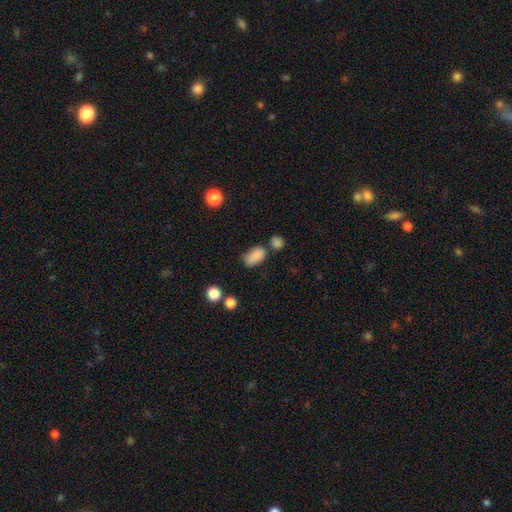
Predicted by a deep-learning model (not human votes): A smooth galaxy with no disk features (86%) that is in between round and cigar-shaped (91%).

Vote fractions:
- Smooth or featured? smooth: 86% / star or artifact: 9% / featured or disk: 5%
- How rounded? in between: 91% / round: 6% / cigar-shaped: 2%
- Merging? none: 64% / minor disturbance: 19% / merger: 12% / major disturbance: 5%